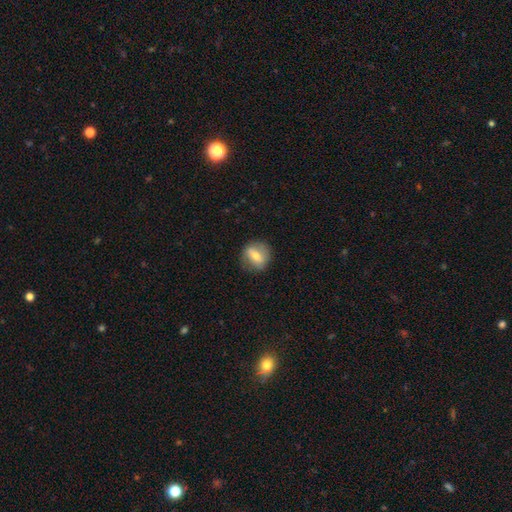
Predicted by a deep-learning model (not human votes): Smooth or featured?
  - smooth: 53% *
  - featured or disk: 39%
  - star or artifact: 8%
How rounded?
  - round: 68% *
  - in between: 29%
  - cigar-shaped: 3%
Merging?
  - none: 81% *
  - minor disturbance: 13%
  - major disturbance: 4%
  - merger: 2%